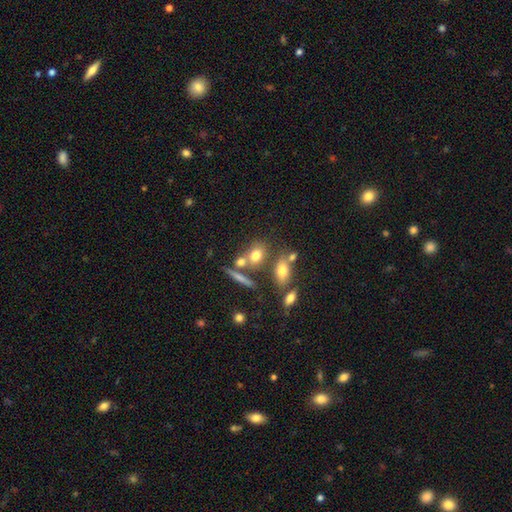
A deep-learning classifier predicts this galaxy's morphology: Overall: smooth (72%). How rounded: in between (58%; round 35%). Merging: none (55%; merger 27%).